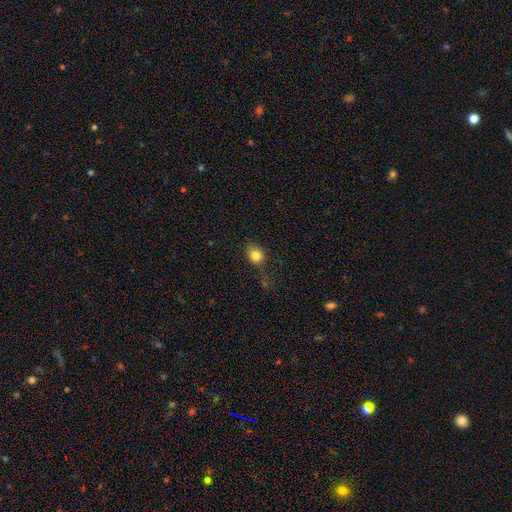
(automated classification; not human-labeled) smooth 81%, star or artifact 12%, featured or disk 7%. Down the decision tree: how rounded — round (65%); merging — none (64%).